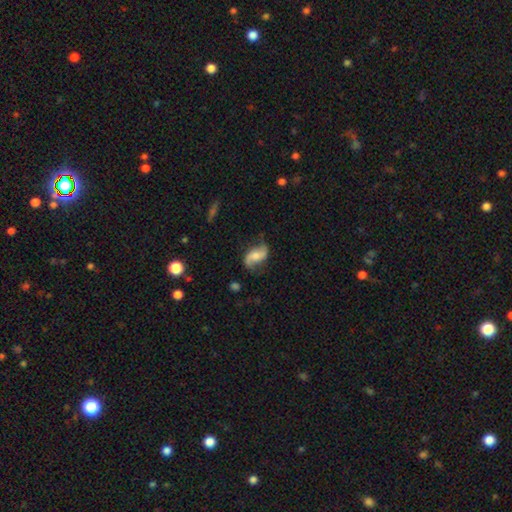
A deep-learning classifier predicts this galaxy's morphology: A featured or disk galaxy (68%) with no bar (46%), 2 (91%) loose (76%) spiral arms (92%) and a moderate central bulge (45%).

Vote fractions:
- Smooth or featured? featured or disk: 68% / smooth: 25% / star or artifact: 7%
- Edge-on disk? no: 96% / yes: 4%
- Bar? no: 46% / weak: 37% / strong: 17%
- Spiral arms? yes: 92% / no: 8%
- Spiral winding? loose: 76% / medium: 18% / tight: 6%
- Spiral arm count? 2: 91% / can't tell: 3% / 1: 3% / 3: 1% / 4: 1% / more than 4: 1%
- Bulge size? moderate: 45% / small: 33% / none: 12% / large: 8% / dominant: 2%
- Merging? none: 70% / minor disturbance: 20% / major disturbance: 8% / merger: 2%